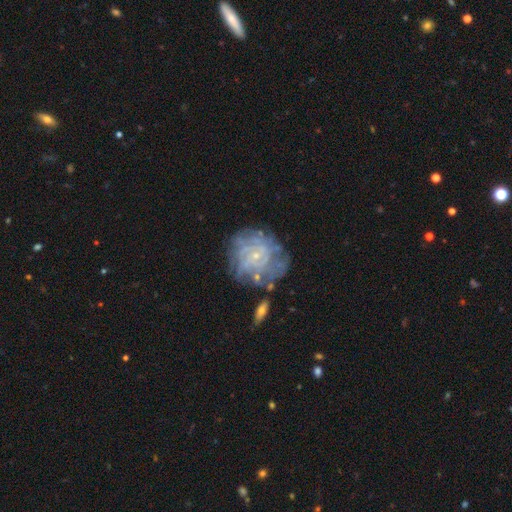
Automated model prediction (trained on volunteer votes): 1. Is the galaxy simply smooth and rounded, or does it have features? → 79% featured or disk, 13% smooth, 8% star or artifact.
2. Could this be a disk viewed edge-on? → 97% no, 3% yes.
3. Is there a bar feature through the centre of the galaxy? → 74% no, 22% weak, 4% strong.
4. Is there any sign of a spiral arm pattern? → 88% yes, 12% no.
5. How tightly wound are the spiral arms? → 71% tight, 22% medium, 7% loose.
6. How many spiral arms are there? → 44% can't tell, 19% 4, 13% more than 4, 10% 3, 9% 2, 6% 1.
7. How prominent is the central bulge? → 83% small, 10% moderate, 4% none, 1% large, 1% dominant.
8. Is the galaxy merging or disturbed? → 63% none, 20% minor disturbance, 11% major disturbance, 7% merger.